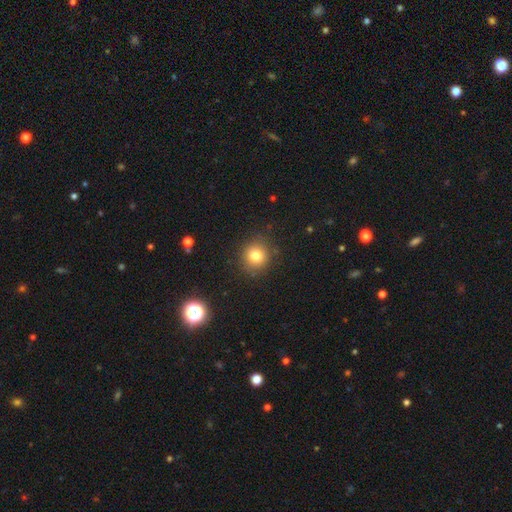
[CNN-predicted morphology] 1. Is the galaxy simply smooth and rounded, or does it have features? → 79% smooth, 13% star or artifact, 8% featured or disk.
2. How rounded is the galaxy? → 89% round, 10% in between, 1% cigar-shaped.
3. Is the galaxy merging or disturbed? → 87% none, 9% minor disturbance, 3% major disturbance, 1% merger.